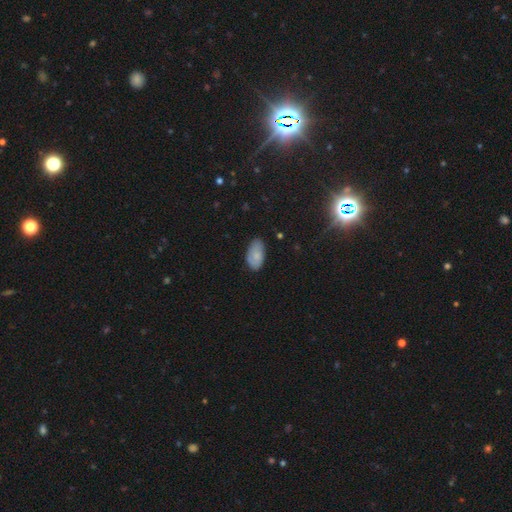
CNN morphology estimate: A smooth galaxy with no disk features (75%) that is in between round and cigar-shaped (94%).

Vote fractions:
- Smooth or featured? smooth: 75% / featured or disk: 18% / star or artifact: 7%
- How rounded? in between: 94% / round: 4% / cigar-shaped: 2%
- Merging? none: 73% / minor disturbance: 22% / major disturbance: 4% / merger: 1%